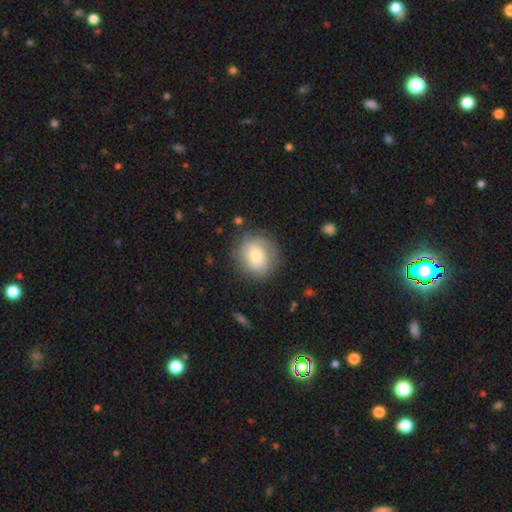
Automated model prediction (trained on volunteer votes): Overall: featured or disk (48%; smooth 44%). Merging: none (77%).